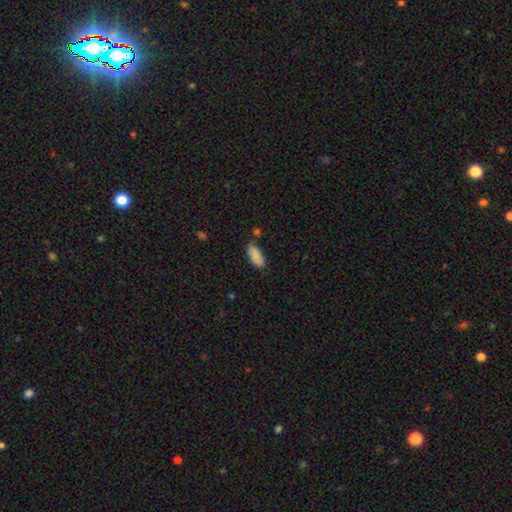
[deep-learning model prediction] smooth_or_featured: smooth (p=0.88) [alt: star or artifact p=0.07]
how_rounded: in between (p=0.83) [alt: cigar-shaped p=0.16]
merging: none (p=0.76) [alt: minor disturbance p=0.16]